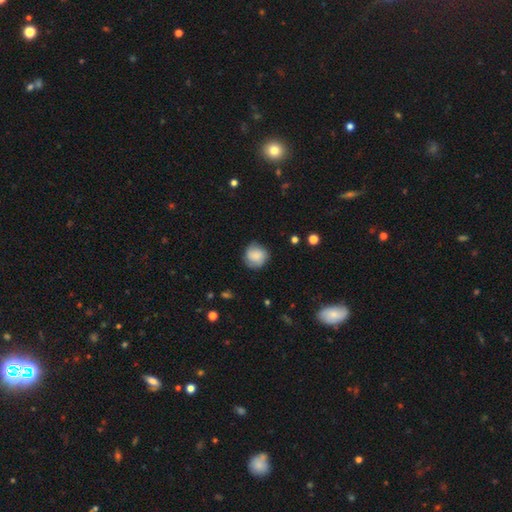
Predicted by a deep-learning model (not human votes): Smooth or featured?
  - smooth: 77% *
  - featured or disk: 15%
  - star or artifact: 8%
How rounded?
  - round: 88% *
  - in between: 11%
  - cigar-shaped: 1%
Merging?
  - none: 76% *
  - minor disturbance: 17%
  - major disturbance: 5%
  - merger: 1%